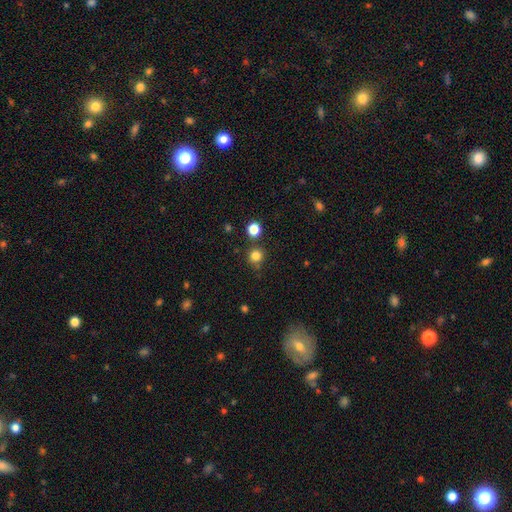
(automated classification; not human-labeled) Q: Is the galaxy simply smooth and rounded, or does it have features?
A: smooth — 82%.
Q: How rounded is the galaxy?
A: round — 92%.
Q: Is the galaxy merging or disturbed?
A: none — 79%.